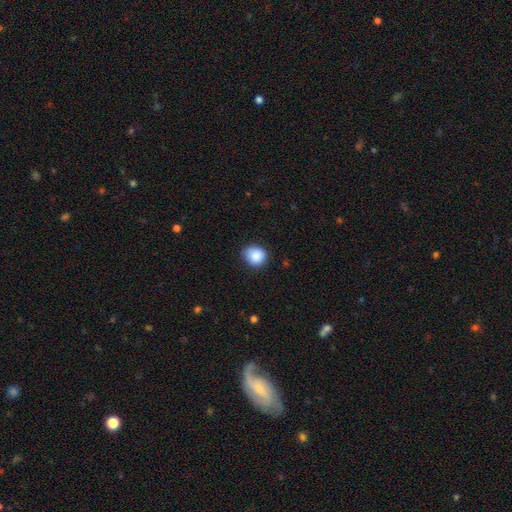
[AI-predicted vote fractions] Smooth or featured: smooth — 88% (star or artifact — 8%)
How rounded: round — 78% (in between — 21%)
Merging: none — 79% (minor disturbance — 17%)